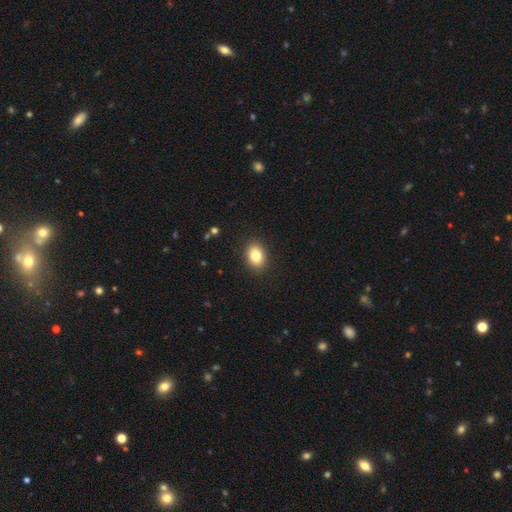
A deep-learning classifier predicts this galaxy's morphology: Smooth or featured: smooth — 83% (star or artifact — 9%)
How rounded: in between — 71% (round — 28%)
Merging: none — 90% (minor disturbance — 7%)